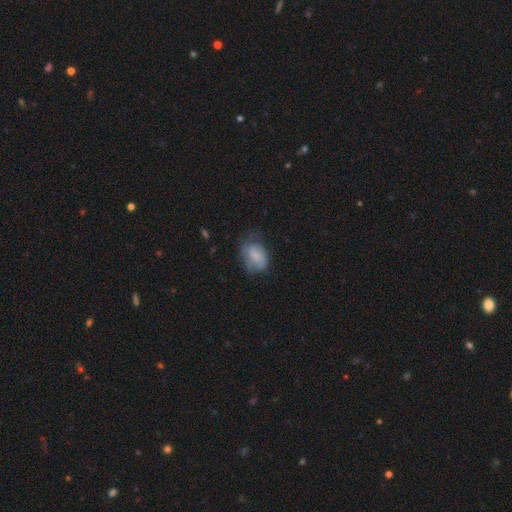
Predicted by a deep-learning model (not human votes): Smooth or featured: smooth — 69% (featured or disk — 22%)
How rounded: in between — 74% (round — 24%)
Merging: none — 39% (minor disturbance — 36%)